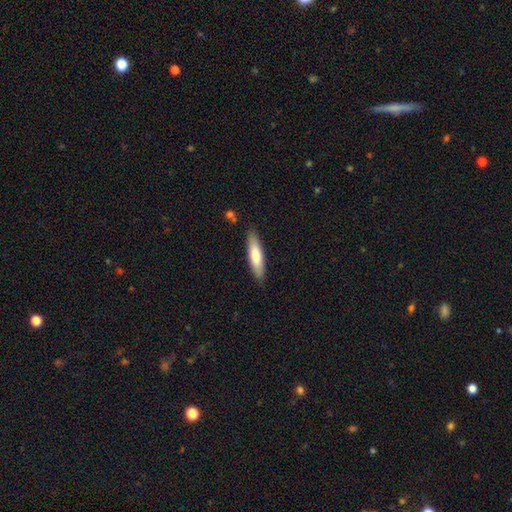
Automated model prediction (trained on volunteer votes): A smooth galaxy with no disk features (75%) that is cigar-shaped (70%).

Vote fractions:
- Smooth or featured? smooth: 75% / featured or disk: 20% / star or artifact: 5%
- How rounded? cigar-shaped: 70% / in between: 29% / round: 1%
- Merging? none: 86% / minor disturbance: 11% / major disturbance: 2% / merger: 1%